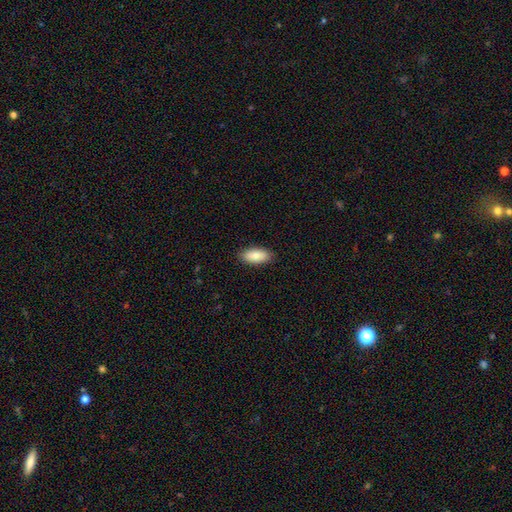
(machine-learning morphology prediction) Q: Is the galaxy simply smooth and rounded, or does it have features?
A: smooth — 83%.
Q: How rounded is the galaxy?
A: in between — 89%.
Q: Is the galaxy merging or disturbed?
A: none — 88%.